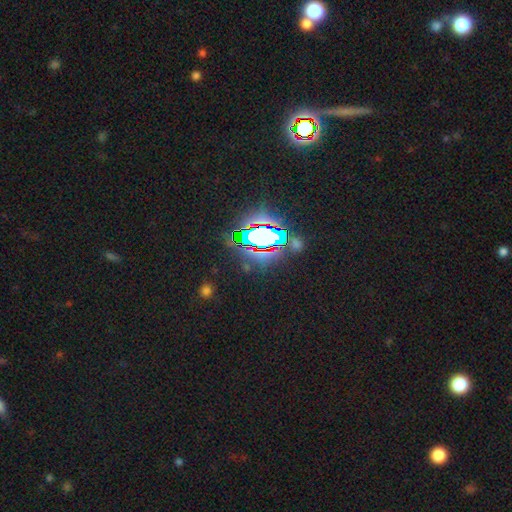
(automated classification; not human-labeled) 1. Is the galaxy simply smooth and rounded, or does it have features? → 84% star or artifact, 9% smooth, 7% featured or disk.